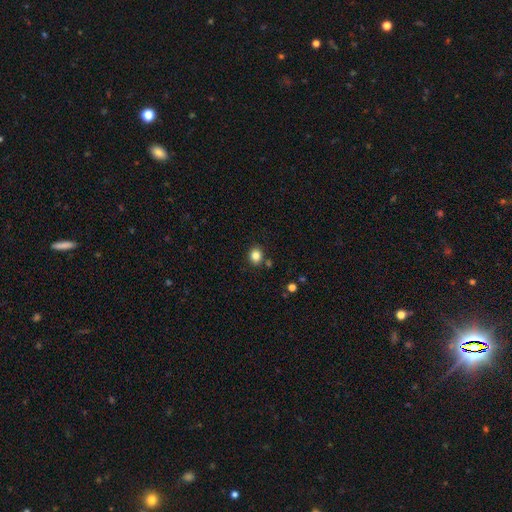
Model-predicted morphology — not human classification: The model was most divided on "how rounded": round: 70%, in between: 30%, cigar-shaped: 1%. More confident: merging — none (84%); smooth or featured — smooth (84%).